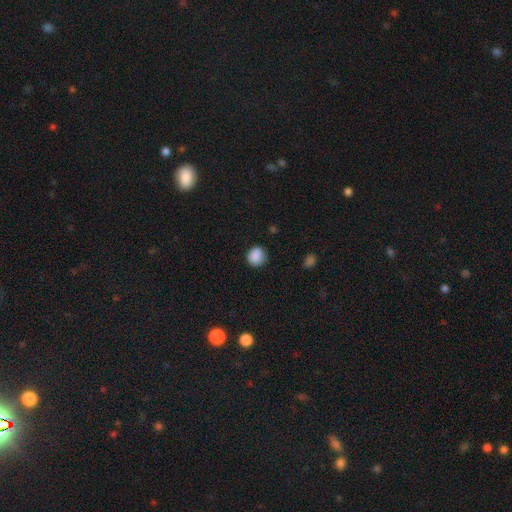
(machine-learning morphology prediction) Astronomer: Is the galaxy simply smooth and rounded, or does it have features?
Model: smooth — 88%.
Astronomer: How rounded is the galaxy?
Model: round — 82%.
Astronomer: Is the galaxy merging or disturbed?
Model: none — 82%.